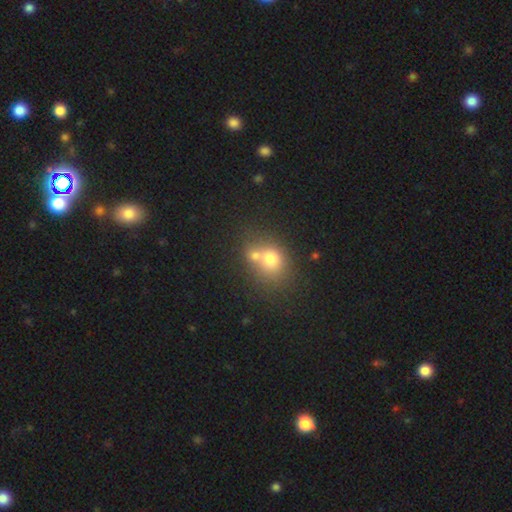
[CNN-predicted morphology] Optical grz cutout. It shows a smooth galaxy with no disk features (71%) that is round (69%). Merging: merger (55%).